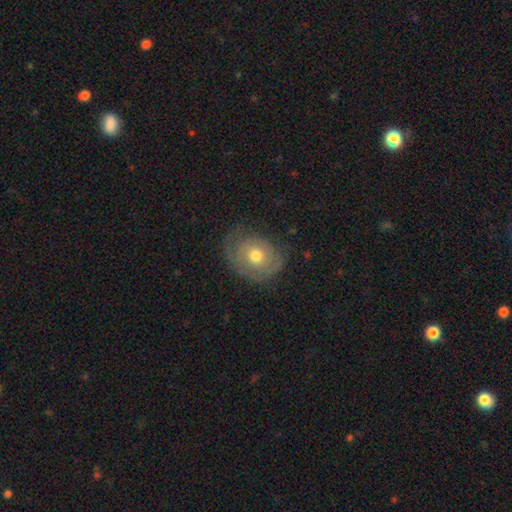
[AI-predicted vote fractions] Q: Smooth or featured?
A: featured or disk (52%); runner-up: smooth (41%)
Q: Edge-on disk?
A: no (95%); runner-up: yes (5%)
Q: Merging?
A: none (64%); runner-up: minor disturbance (24%)